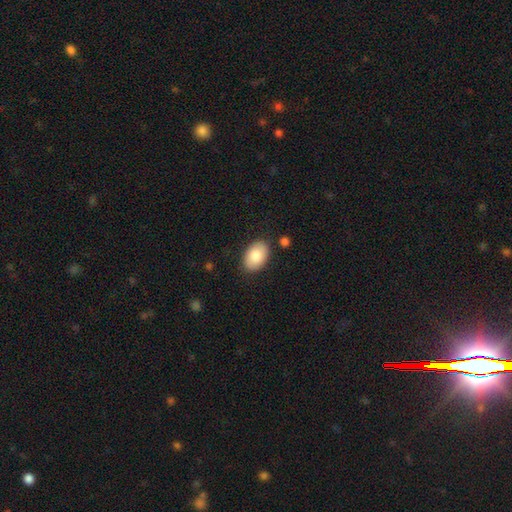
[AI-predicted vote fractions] Smooth or featured? smooth (81%)
How rounded? in between (90%)
Merging? none (85%)